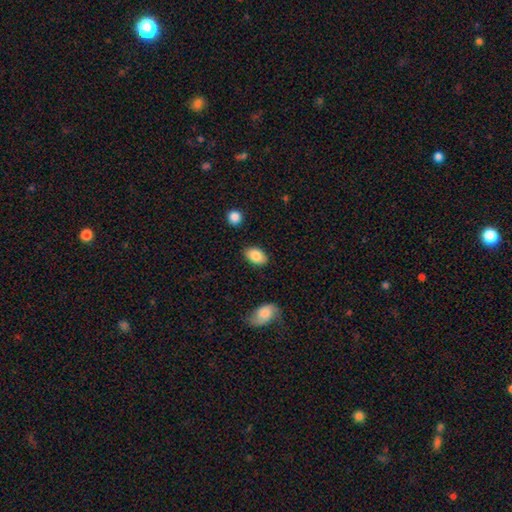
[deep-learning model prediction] smooth 86%, featured or disk 7%, star or artifact 7%. Down the decision tree: how rounded — in between (91%); merging — none (84%).